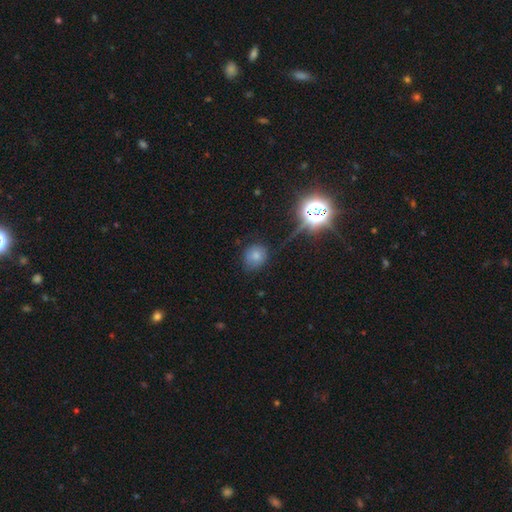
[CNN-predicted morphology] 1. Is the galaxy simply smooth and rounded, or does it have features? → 72% smooth, 18% star or artifact, 10% featured or disk.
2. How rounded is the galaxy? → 78% round, 21% in between, 1% cigar-shaped.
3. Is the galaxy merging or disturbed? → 74% none, 18% minor disturbance, 5% major disturbance, 2% merger.